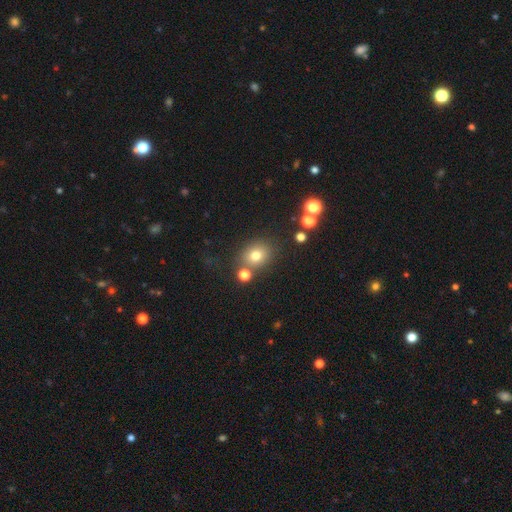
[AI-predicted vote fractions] A smooth galaxy with no disk features (75%) that is round (67%).

Vote fractions:
- Smooth or featured? smooth: 75% / star or artifact: 15% / featured or disk: 10%
- How rounded? round: 67% / in between: 32% / cigar-shaped: 1%
- Merging? none: 74% / merger: 11% / minor disturbance: 11% / major disturbance: 4%